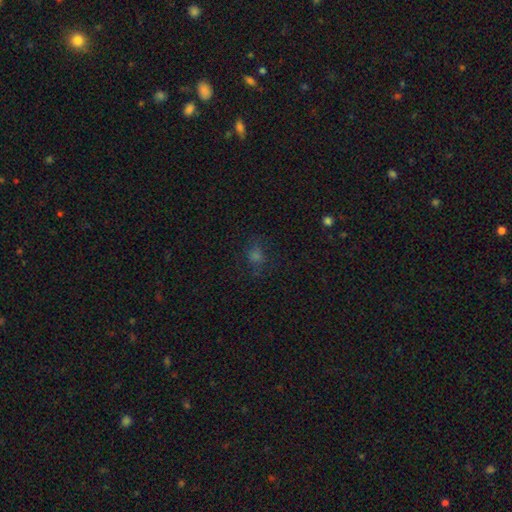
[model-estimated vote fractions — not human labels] A smooth galaxy with no disk features (48%).

Vote fractions:
- Smooth or featured? smooth: 48% / star or artifact: 38% / featured or disk: 13%
- Merging? none: 73% / minor disturbance: 15% / major disturbance: 9% / merger: 2%